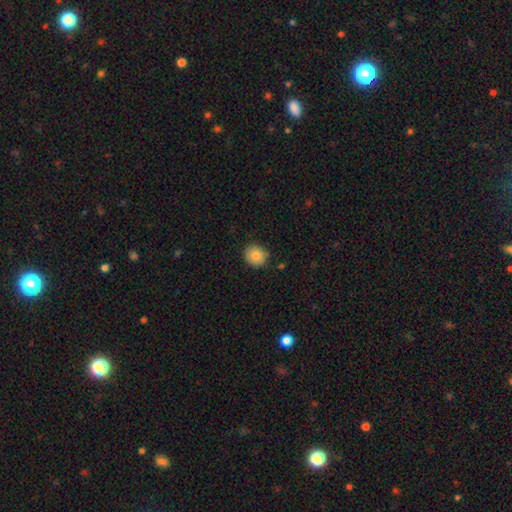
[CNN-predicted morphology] Smooth or featured? Predicted: smooth (p=0.83). How rounded? Predicted: round (p=0.84). Merging? Predicted: none (p=0.87).